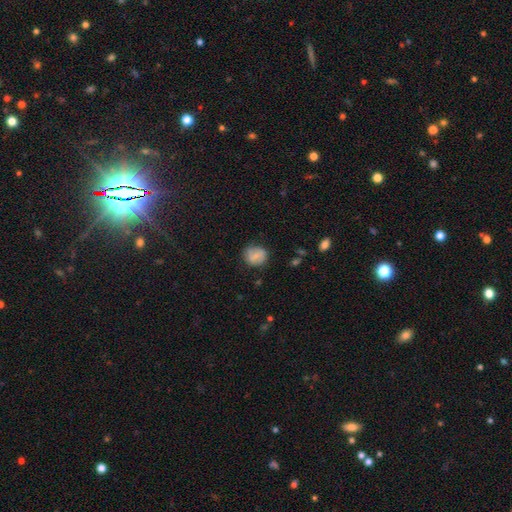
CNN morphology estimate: smooth 66%, featured or disk 25%, star or artifact 9%. Down the decision tree: how rounded — round (72%); merging — none (71%).